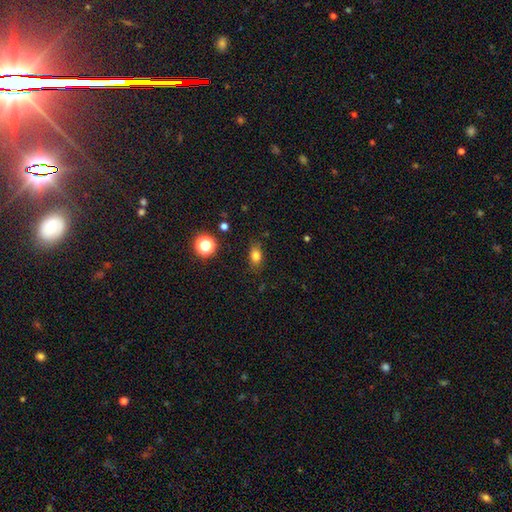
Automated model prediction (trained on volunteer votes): A smooth galaxy with no disk features (79%) that is in between round and cigar-shaped (72%).

Vote fractions:
- Smooth or featured? smooth: 79% / star or artifact: 13% / featured or disk: 8%
- How rounded? in between: 72% / round: 25% / cigar-shaped: 3%
- Merging? none: 81% / minor disturbance: 13% / major disturbance: 4% / merger: 1%